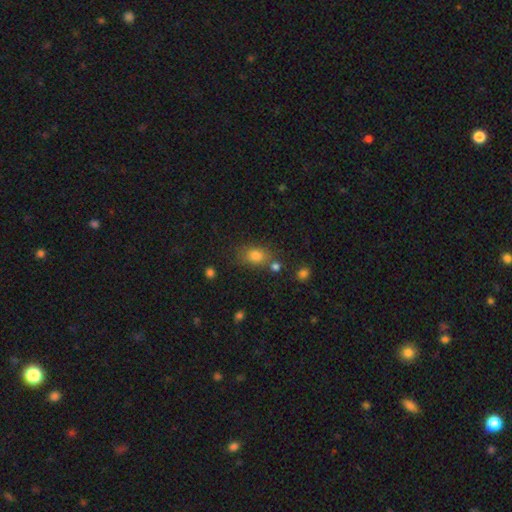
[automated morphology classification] This is likely a smooth galaxy (79%). How rounded: likely in between (67%). Merging: likely none (66%).